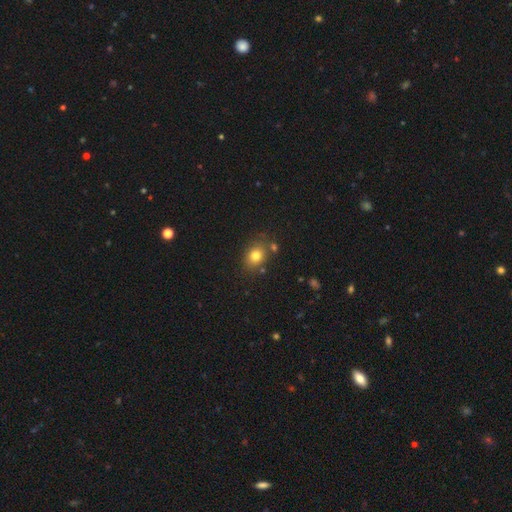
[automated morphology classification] Overall: smooth (79%). How rounded: round (50%; in between 49%). Merging: none (74%).